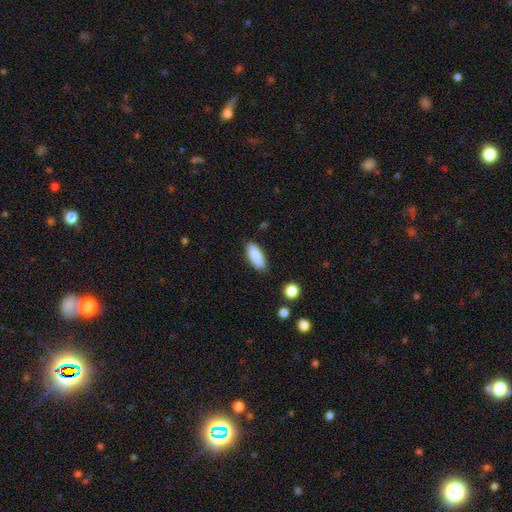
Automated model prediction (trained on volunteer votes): Morphology: type=smooth (86%); roundness=in between (77%); merging=none (86%).